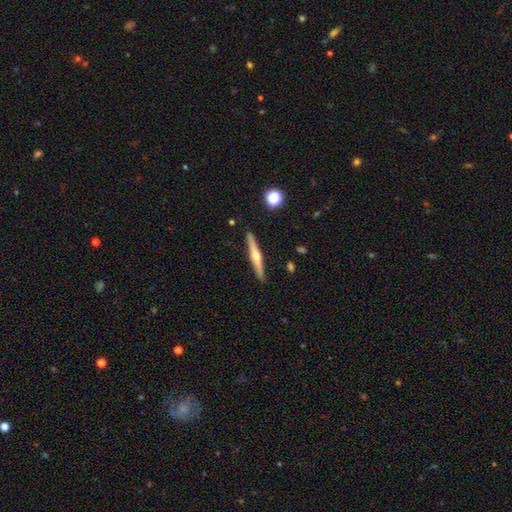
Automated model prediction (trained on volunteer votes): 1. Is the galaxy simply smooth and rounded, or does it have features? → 65% featured or disk, 29% smooth, 6% star or artifact.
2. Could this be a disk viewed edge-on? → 97% yes, 3% no.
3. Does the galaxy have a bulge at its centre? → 89% rounded, 7% none, 4% boxy.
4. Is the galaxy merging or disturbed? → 90% none, 7% minor disturbance, 1% merger, 1% major disturbance.